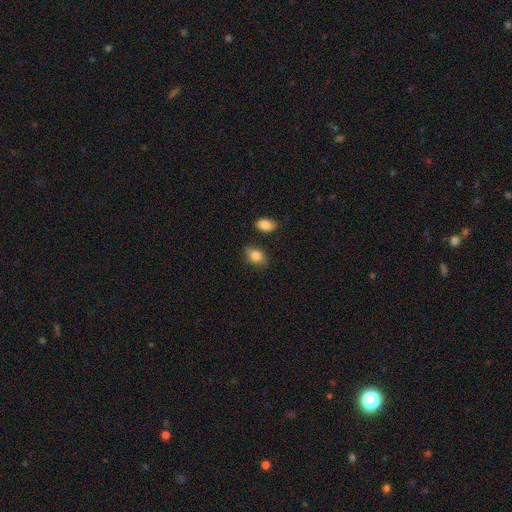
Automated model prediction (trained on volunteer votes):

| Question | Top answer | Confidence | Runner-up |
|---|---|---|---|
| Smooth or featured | smooth | 81% | featured or disk (11%) |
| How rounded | in between | 85% | round (12%) |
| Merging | none | 76% | minor disturbance (16%) |